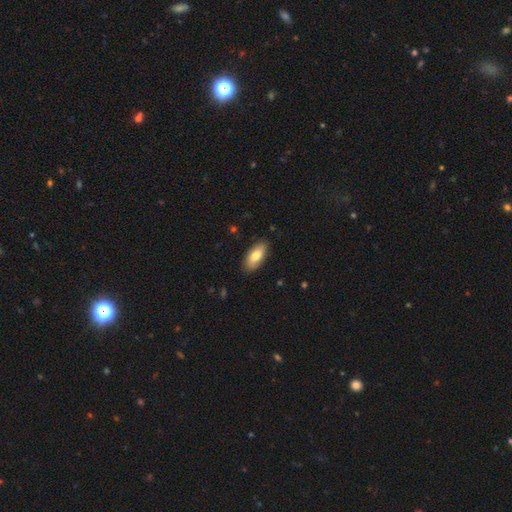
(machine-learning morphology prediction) smooth 78%, featured or disk 16%, star or artifact 6%. Down the decision tree: how rounded — in between (88%); merging — none (86%).